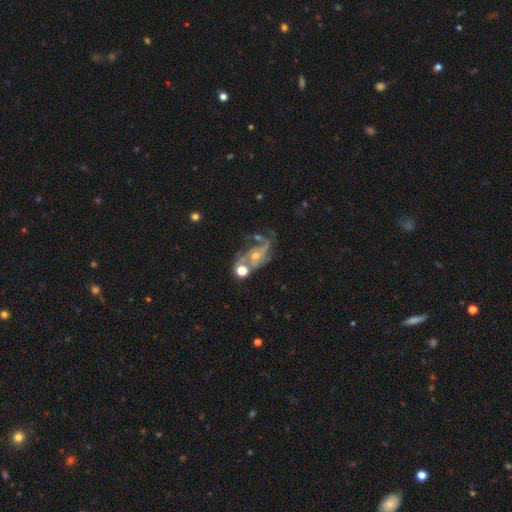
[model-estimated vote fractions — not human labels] smooth-or-featured: featured or disk: 71% | smooth: 15% | star or artifact: 14%
  disk-edge-on: no: 94% | yes: 6%
    bar: no: 66% | weak: 26% | strong: 8%
    has-spiral-arms: yes: 83% | no: 17%
      spiral-winding: medium: 41% | loose: 37% | tight: 22%
      spiral-arm-count: 2: 50% | can't tell: 22% | 1: 11% | 3: 10% | 4: 3% | more than 4: 3%
    bulge-size: small: 57% | moderate: 36% | none: 4% | large: 2% | dominant: 1%
  merging: none: 40% | major disturbance: 21% | minor disturbance: 20% | merger: 19%